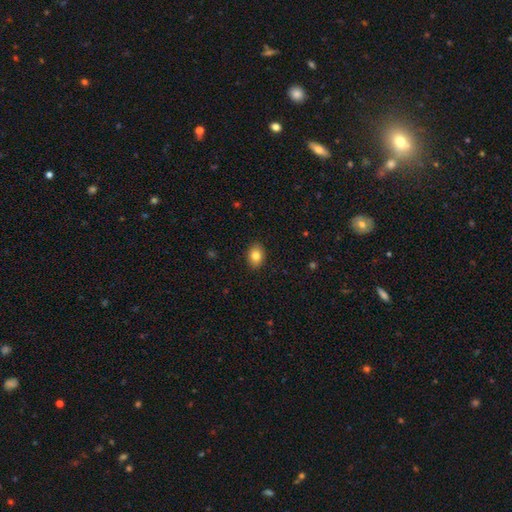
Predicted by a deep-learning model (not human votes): A smooth galaxy with no disk features (83%) that is in between round and cigar-shaped (72%).

Vote fractions:
- Smooth or featured? smooth: 83% / star or artifact: 9% / featured or disk: 9%
- How rounded? in between: 72% / round: 27% / cigar-shaped: 1%
- Merging? none: 90% / minor disturbance: 8% / major disturbance: 2% / merger: 1%